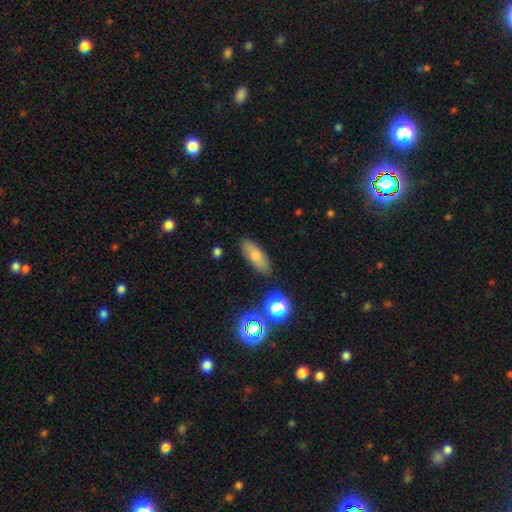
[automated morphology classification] smooth 76%, featured or disk 14%, star or artifact 10%. Down the decision tree: how rounded — in between (72%); merging — none (80%).